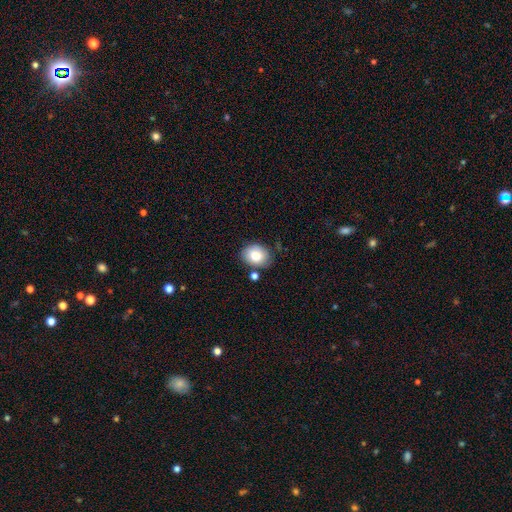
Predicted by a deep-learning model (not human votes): A smooth galaxy with no disk features (82%) that is in between round and cigar-shaped (60%). Merging: none (72%).